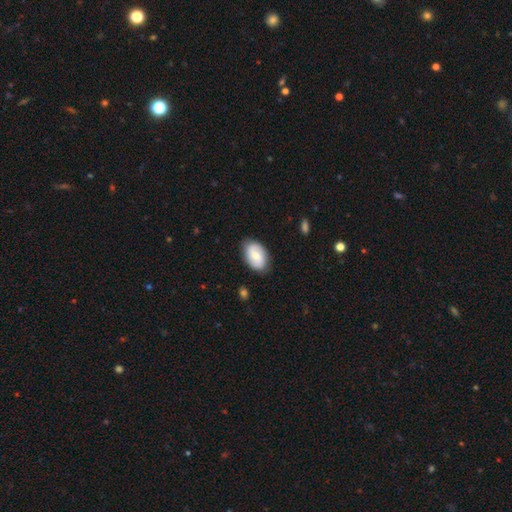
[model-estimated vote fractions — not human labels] smooth-or-featured: smooth: 58% | featured or disk: 36% | star or artifact: 6%
  how-rounded: in between: 90% | round: 9% | cigar-shaped: 1%
  merging: none: 83% | minor disturbance: 13% | major disturbance: 3% | merger: 1%